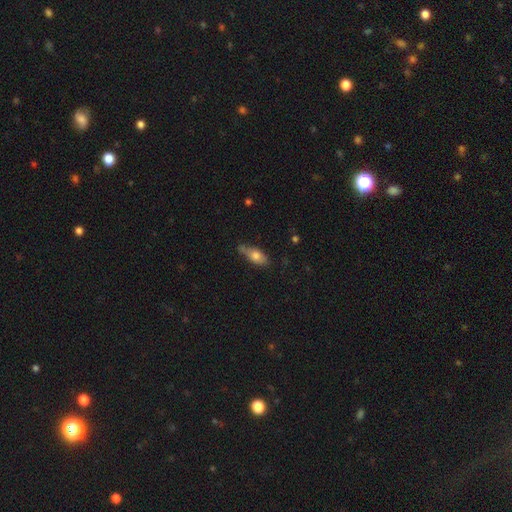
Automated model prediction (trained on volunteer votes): This is likely a smooth galaxy (71%). How rounded: likely in between (74%). Merging: possibly none (59%).